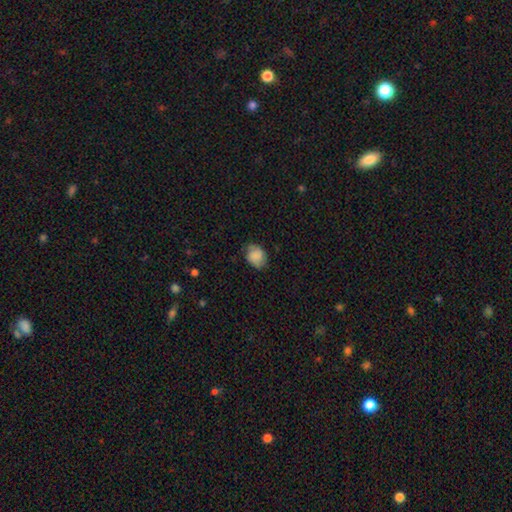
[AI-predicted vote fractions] This appears to be a smooth galaxy with no disk features (76%) that is in between round and cigar-shaped (52%). Merging: none (64%).